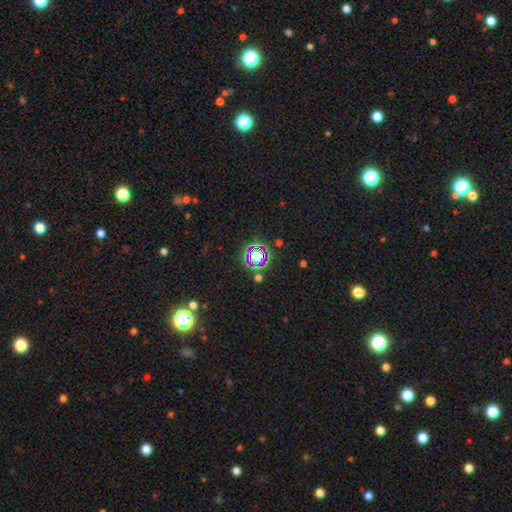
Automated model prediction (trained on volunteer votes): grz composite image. It shows a star or artifact, not a galaxy (65%).